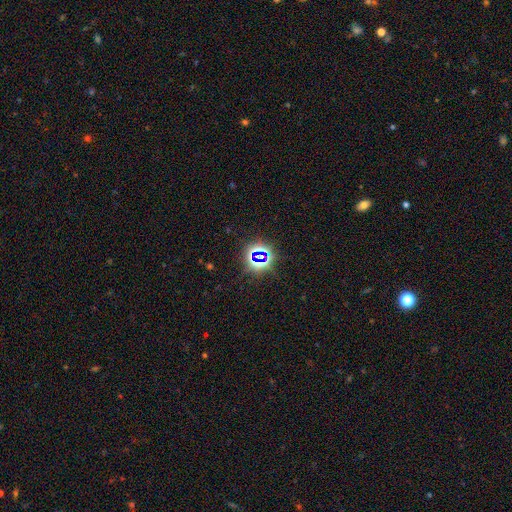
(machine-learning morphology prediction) A star or artifact, not a galaxy (77%).

Vote fractions:
- Smooth or featured? star or artifact: 77% / smooth: 15% / featured or disk: 8%